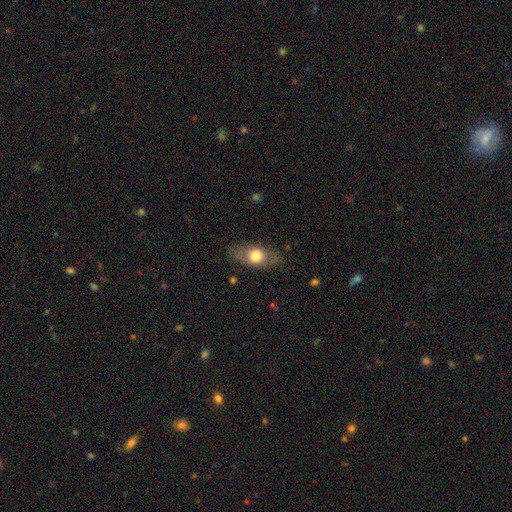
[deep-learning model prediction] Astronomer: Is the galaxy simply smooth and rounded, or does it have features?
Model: smooth — 65%.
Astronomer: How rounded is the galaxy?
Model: in between — 77%.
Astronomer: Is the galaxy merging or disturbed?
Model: none — 78%.